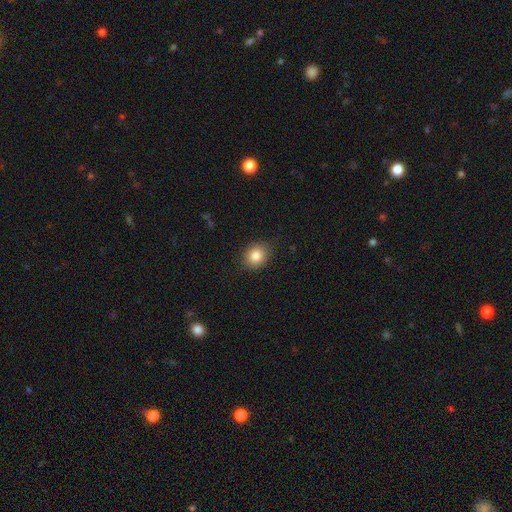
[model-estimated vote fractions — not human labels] This is clearly a smooth galaxy (84%). How rounded: likely round (62%). Merging: clearly none (84%).